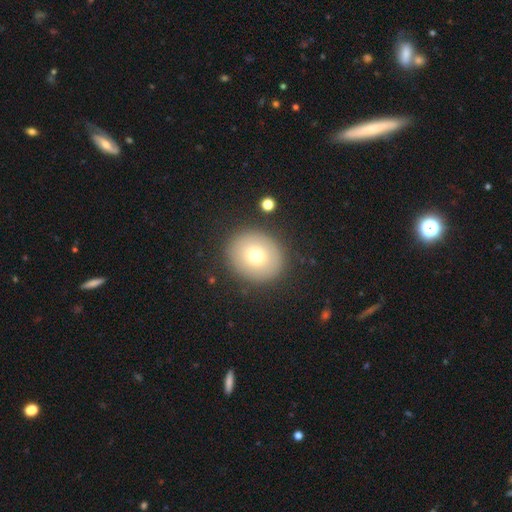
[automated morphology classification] The model was most divided on "how rounded": round: 76%, in between: 23%, cigar-shaped: 1%. More confident: merging — none (86%); smooth or featured — smooth (71%).